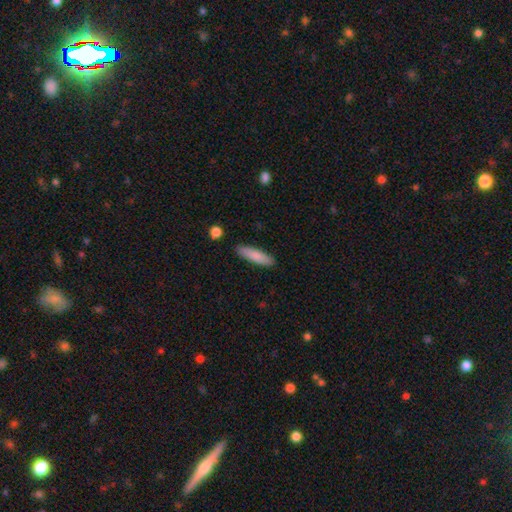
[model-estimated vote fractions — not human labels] This is clearly a smooth galaxy (84%). How rounded: likely cigar-shaped (73%). Merging: clearly none (88%).